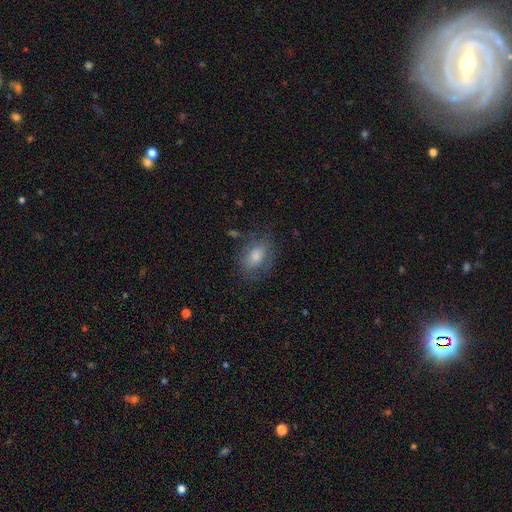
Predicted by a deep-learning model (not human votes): The model was most divided on "smooth or featured": smooth: 65%, featured or disk: 23%, star or artifact: 12%. More confident: how rounded — in between (78%); merging — none (71%).